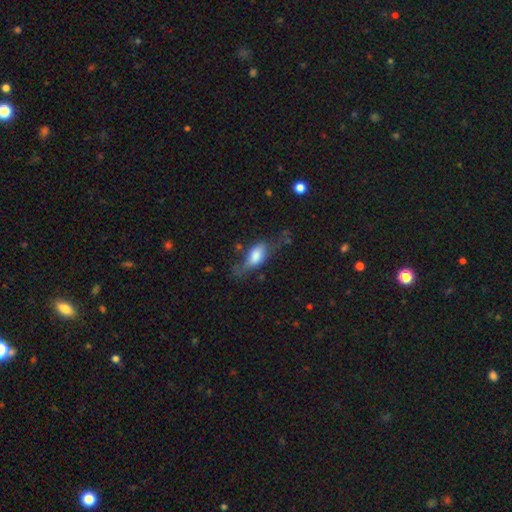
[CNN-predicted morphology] Smooth or featured?
  - smooth: 53% *
  - featured or disk: 39%
  - star or artifact: 8%
How rounded?
  - in between: 78% *
  - cigar-shaped: 16%
  - round: 5%
Merging?
  - none: 40% *
  - minor disturbance: 29%
  - major disturbance: 27%
  - merger: 4%